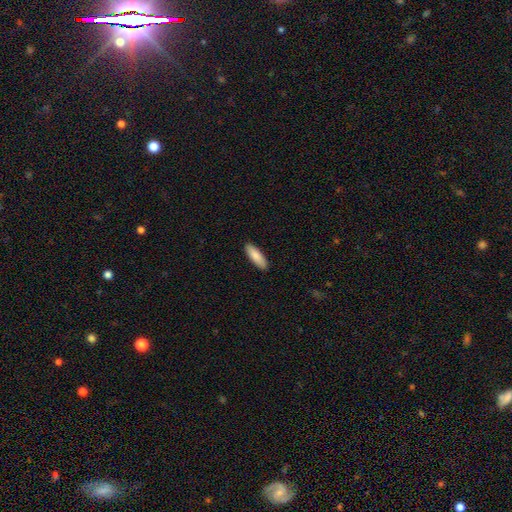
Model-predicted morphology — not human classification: Smooth or featured?
  - smooth: 86% *
  - featured or disk: 8%
  - star or artifact: 5%
How rounded?
  - in between: 52% *
  - cigar-shaped: 46%
  - round: 2%
Merging?
  - none: 91% *
  - minor disturbance: 7%
  - major disturbance: 1%
  - merger: 1%